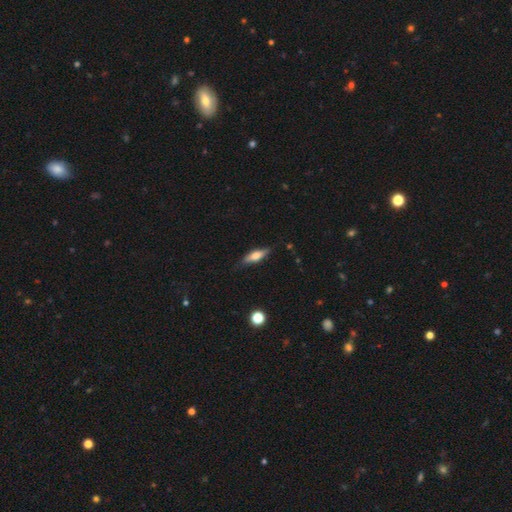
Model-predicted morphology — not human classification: A smooth galaxy with no disk features (52%) that is cigar-shaped (55%). Merging: none (81%).